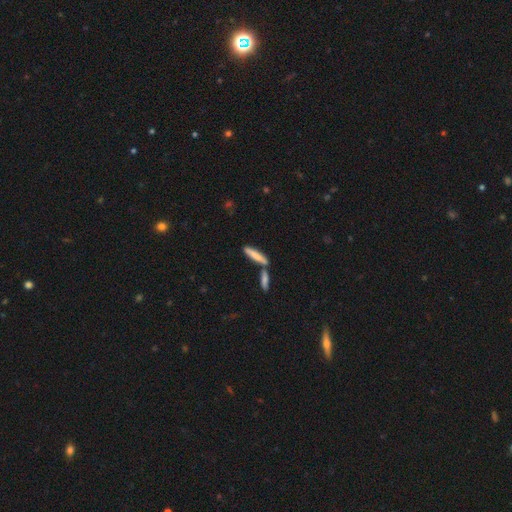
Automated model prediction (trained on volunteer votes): The model was most divided on "merging": none: 55%, merger: 32%, minor disturbance: 10%, major disturbance: 3%. More confident: how rounded — cigar-shaped (83%); smooth or featured — smooth (74%).